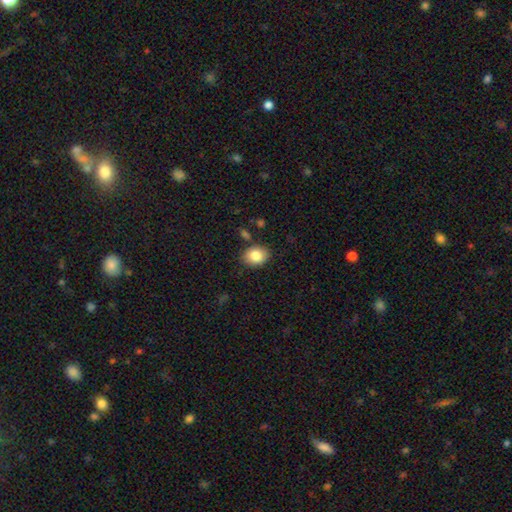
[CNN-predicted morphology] Smooth or featured: smooth — 83% (featured or disk — 9%)
How rounded: in between — 60% (round — 39%)
Merging: none — 82% (minor disturbance — 12%)